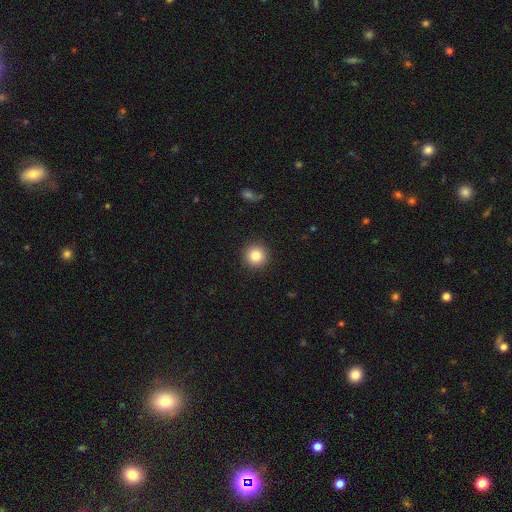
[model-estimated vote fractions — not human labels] The model was most divided on "smooth or featured": smooth: 84%, star or artifact: 10%, featured or disk: 6%. More confident: how rounded — round (95%); merging — none (93%).